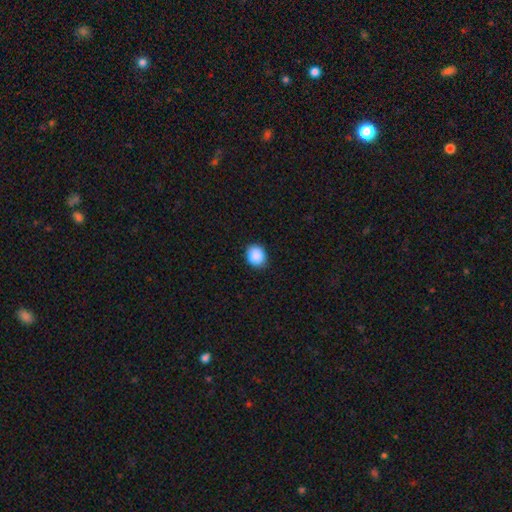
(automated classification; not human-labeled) Smooth or featured? smooth (90%)
How rounded? round (64%)
Merging? none (88%)